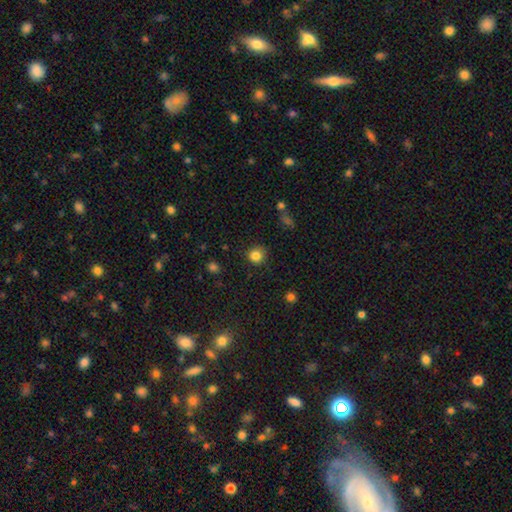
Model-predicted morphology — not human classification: A smooth galaxy with no disk features (84%) that is round (90%).

Vote fractions:
- Smooth or featured? smooth: 84% / star or artifact: 11% / featured or disk: 5%
- How rounded? round: 90% / in between: 9% / cigar-shaped: 1%
- Merging? none: 84% / minor disturbance: 11% / major disturbance: 3% / merger: 2%